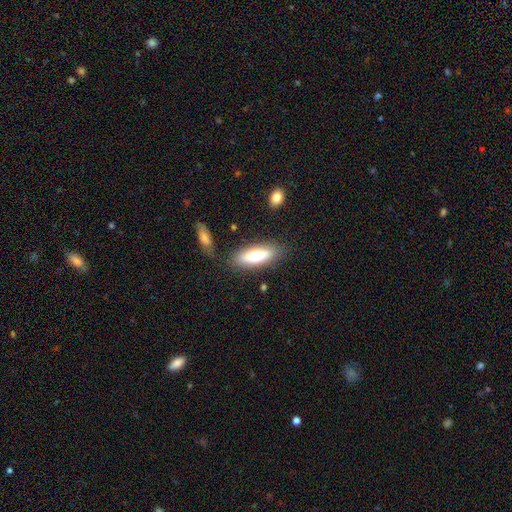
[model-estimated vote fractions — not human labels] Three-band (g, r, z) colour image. It shows a smooth galaxy with no disk features (66%) that is in between round and cigar-shaped (60%). Merging: none (82%).